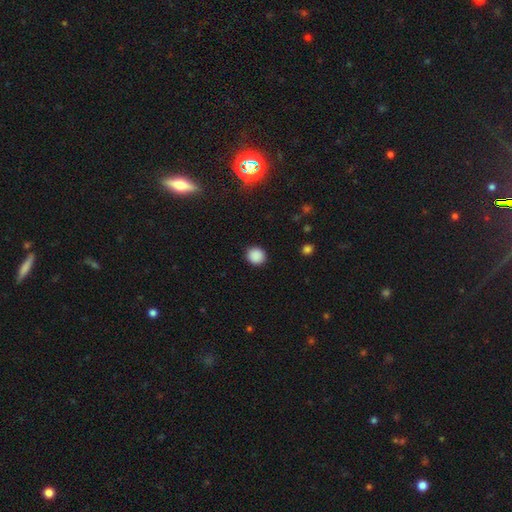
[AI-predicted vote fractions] A smooth galaxy with no disk features (88%) that is round (89%).

Vote fractions:
- Smooth or featured? smooth: 88% / star or artifact: 10% / featured or disk: 2%
- How rounded? round: 89% / in between: 10% / cigar-shaped: 1%
- Merging? none: 90% / minor disturbance: 6% / major disturbance: 2% / merger: 1%